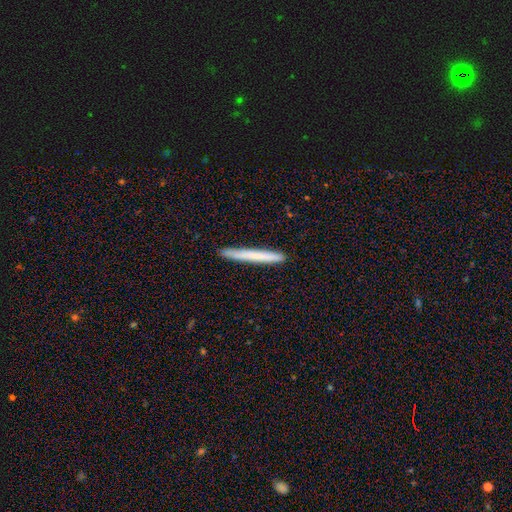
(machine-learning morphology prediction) This is likely a smooth galaxy (68%). How rounded: clearly cigar-shaped (97%). Merging: clearly none (91%).